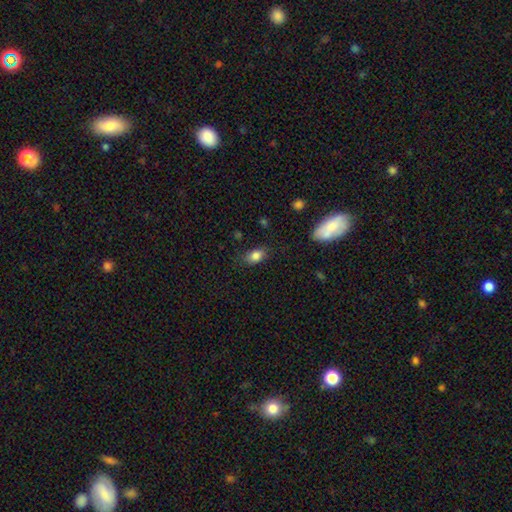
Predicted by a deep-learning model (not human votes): Smooth or featured: smooth — 84% (star or artifact — 9%)
How rounded: in between — 82% (round — 15%)
Merging: none — 77% (minor disturbance — 17%)